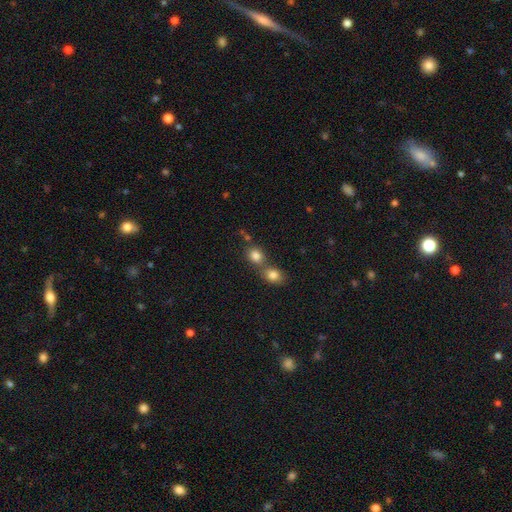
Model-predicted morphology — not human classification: This appears to be a smooth galaxy with no disk features (82%) that is round (68%). Merging: merger (51%).